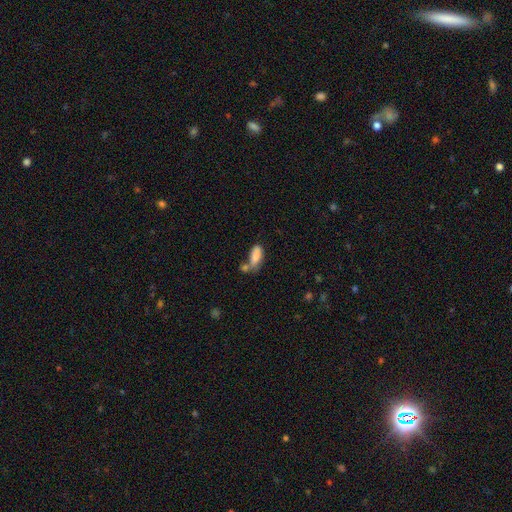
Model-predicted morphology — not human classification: smooth 83%, star or artifact 8%, featured or disk 8%. Down the decision tree: how rounded — in between (80%); merging — merger (38%).